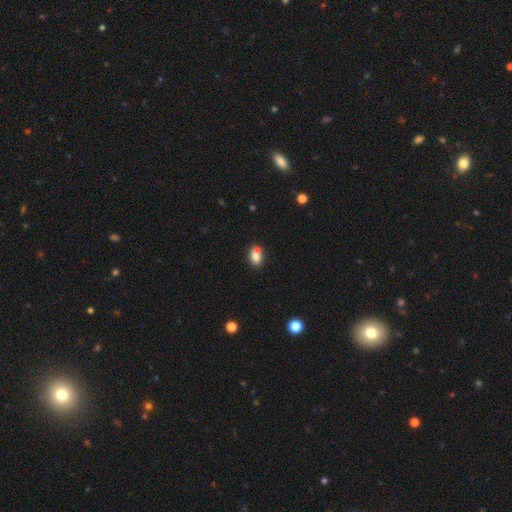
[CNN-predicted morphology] smooth 79%, featured or disk 11%, star or artifact 10%. Down the decision tree: how rounded — in between (74%); merging — none (50%).